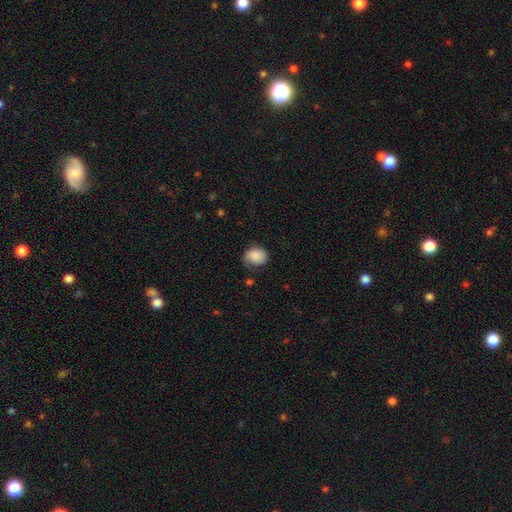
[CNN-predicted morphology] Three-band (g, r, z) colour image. It shows a smooth galaxy with no disk features (80%) that is round (54%). Merging: none (56%).